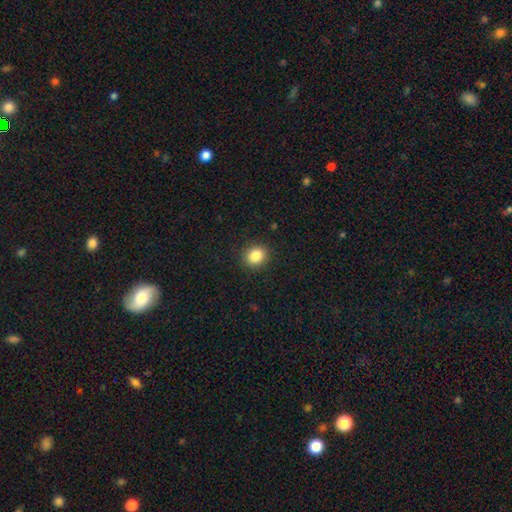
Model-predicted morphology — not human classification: smooth-or-featured: smooth: 86% | star or artifact: 10% | featured or disk: 4%
  how-rounded: round: 72% | in between: 27% | cigar-shaped: 1%
  merging: none: 90% | minor disturbance: 7% | major disturbance: 2% | merger: 1%